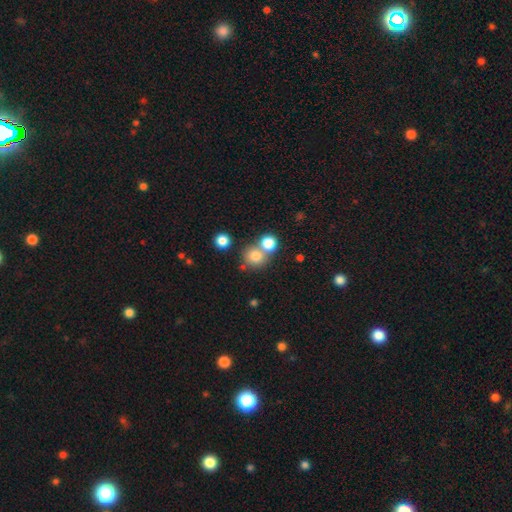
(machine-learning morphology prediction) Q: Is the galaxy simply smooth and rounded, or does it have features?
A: smooth — 77%.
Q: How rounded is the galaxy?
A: round — 87%.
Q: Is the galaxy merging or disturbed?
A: none — 54%.